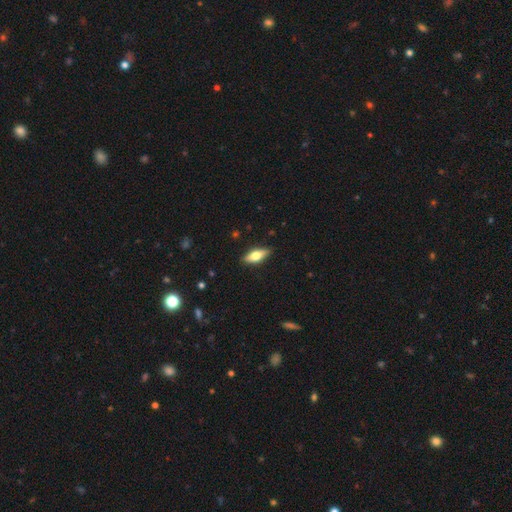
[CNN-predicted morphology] Overall: smooth (61%; featured or disk 32%). How rounded: in between (70%). Merging: none (88%).